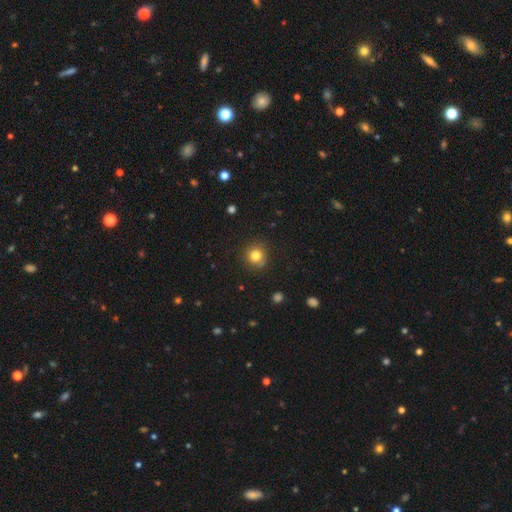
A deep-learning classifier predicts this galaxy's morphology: The model was most divided on "smooth or featured": smooth: 80%, star or artifact: 13%, featured or disk: 7%. More confident: how rounded — round (90%); merging — none (81%).